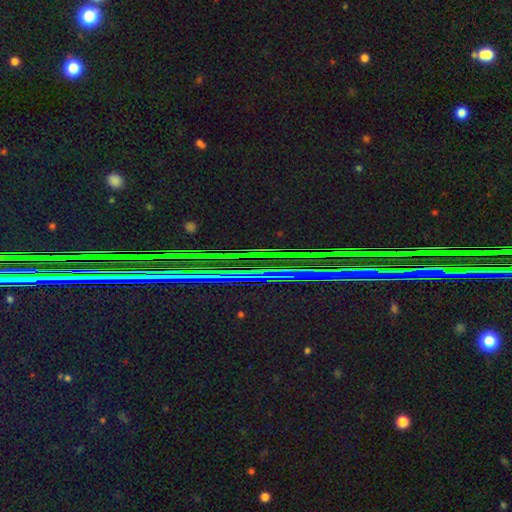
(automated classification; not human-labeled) Smooth or featured? Predicted: star or artifact (p=0.87).